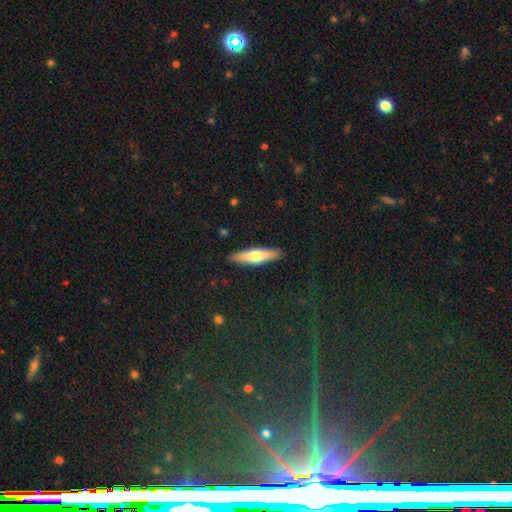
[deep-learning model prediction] Morphology: type=smooth (57%); roundness=cigar-shaped (76%); merging=none (90%).